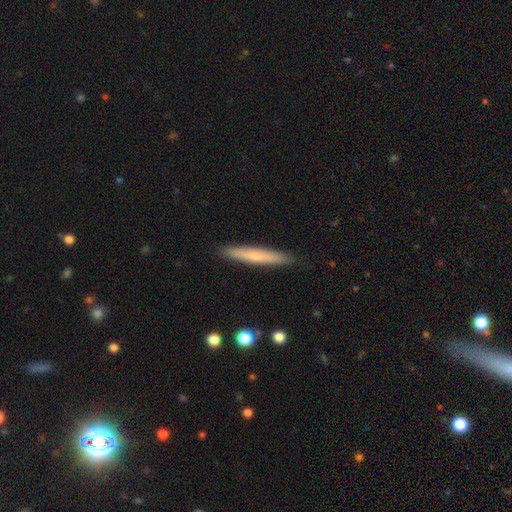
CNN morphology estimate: A smooth galaxy with no disk features (65%) that is cigar-shaped (95%). Merging: none (90%).